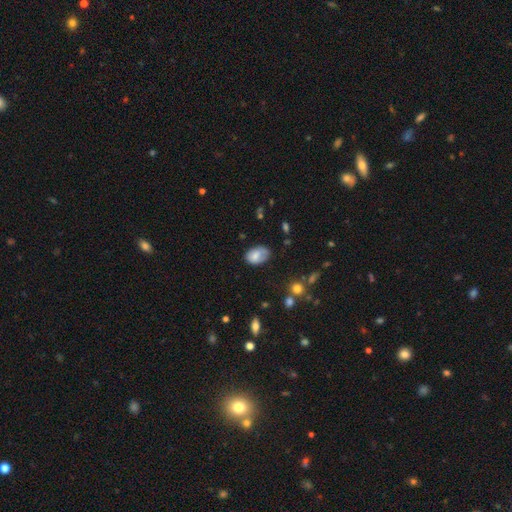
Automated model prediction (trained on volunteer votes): Smooth or featured?
  - smooth: 75% *
  - featured or disk: 17%
  - star or artifact: 8%
How rounded?
  - in between: 87% *
  - round: 12%
  - cigar-shaped: 1%
Merging?
  - none: 58% *
  - minor disturbance: 30%
  - major disturbance: 9%
  - merger: 2%